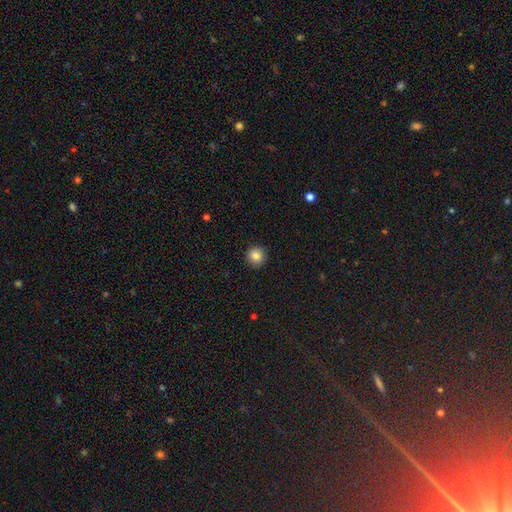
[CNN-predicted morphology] Smooth or featured? Predicted: smooth (p=0.84). How rounded? Predicted: round (p=0.94). Merging? Predicted: none (p=0.92).